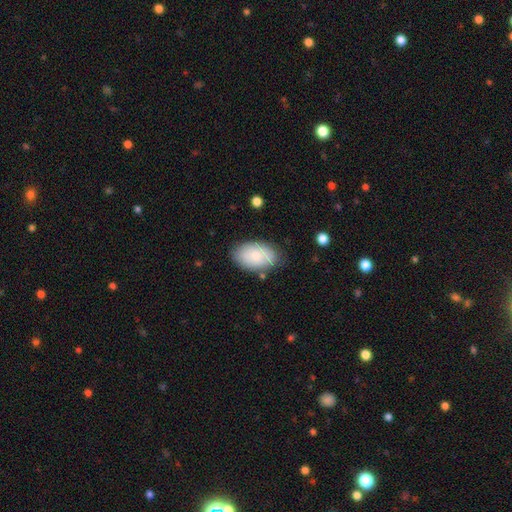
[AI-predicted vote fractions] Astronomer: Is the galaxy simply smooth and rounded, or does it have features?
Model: smooth — 79%.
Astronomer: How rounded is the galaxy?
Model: in between — 93%.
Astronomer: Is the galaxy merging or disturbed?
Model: none — 76%.